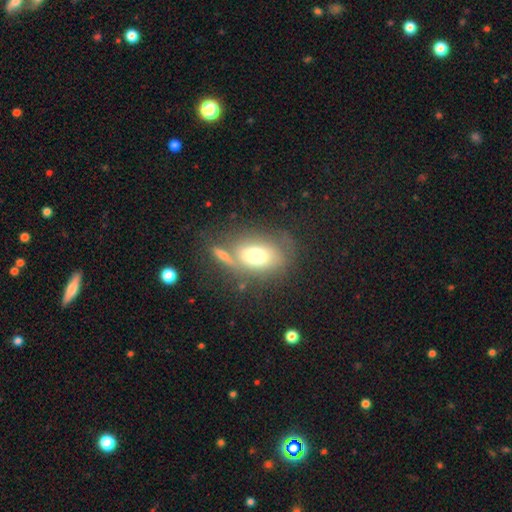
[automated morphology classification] smooth-or-featured: smooth: 65% | featured or disk: 25% | star or artifact: 9%
  how-rounded: in between: 78% | round: 19% | cigar-shaped: 3%
  merging: none: 50% | merger: 21% | minor disturbance: 18% | major disturbance: 11%